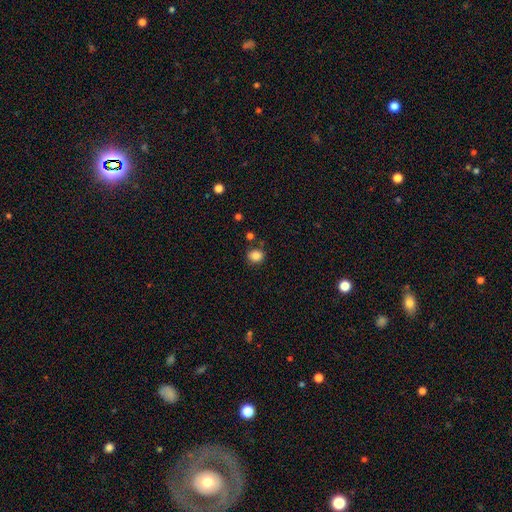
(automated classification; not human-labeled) This is clearly a smooth galaxy (84%). How rounded: likely round (77%). Merging: clearly none (82%).